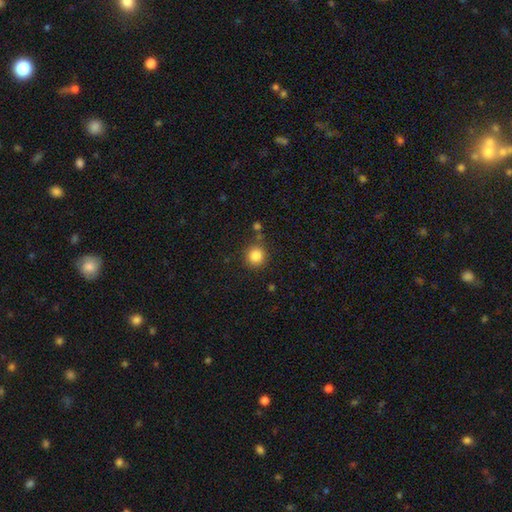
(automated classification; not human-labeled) The model was most divided on "merging": none: 83%, minor disturbance: 9%, merger: 5%, major disturbance: 3%. More confident: how rounded — round (92%); smooth or featured — smooth (85%).